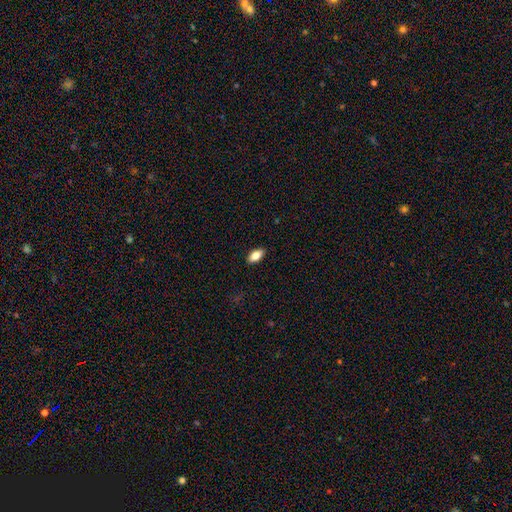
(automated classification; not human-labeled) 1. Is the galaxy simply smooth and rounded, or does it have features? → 83% smooth, 10% featured or disk, 7% star or artifact.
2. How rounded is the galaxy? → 91% in between, 6% cigar-shaped, 3% round.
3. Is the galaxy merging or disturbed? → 90% none, 8% minor disturbance, 2% major disturbance, 1% merger.